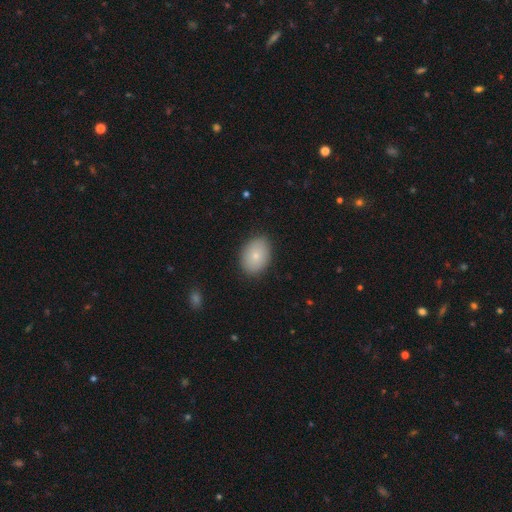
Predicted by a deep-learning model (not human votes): Smooth or featured? Predicted: smooth (p=0.80). How rounded? Predicted: in between (p=0.74). Merging? Predicted: none (p=0.86).